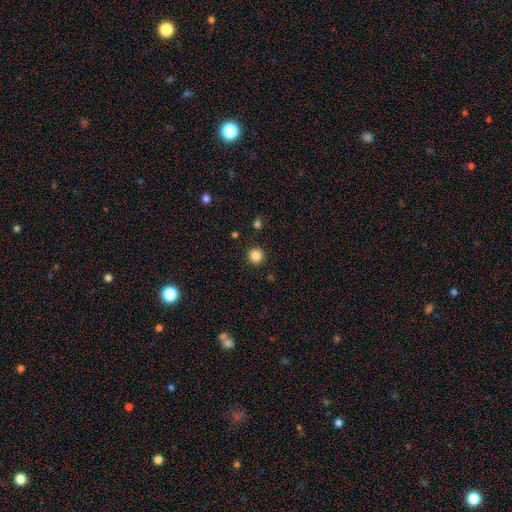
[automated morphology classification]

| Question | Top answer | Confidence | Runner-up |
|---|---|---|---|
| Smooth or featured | smooth | 84% | star or artifact (11%) |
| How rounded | round | 94% | in between (5%) |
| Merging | none | 91% | minor disturbance (6%) |